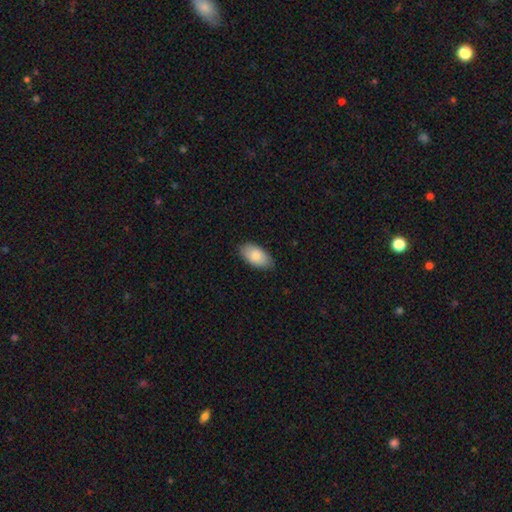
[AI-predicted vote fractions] smooth-or-featured: smooth: 84% | featured or disk: 11% | star or artifact: 6%
  how-rounded: in between: 95% | cigar-shaped: 3% | round: 3%
  merging: none: 84% | minor disturbance: 13% | major disturbance: 2% | merger: 1%